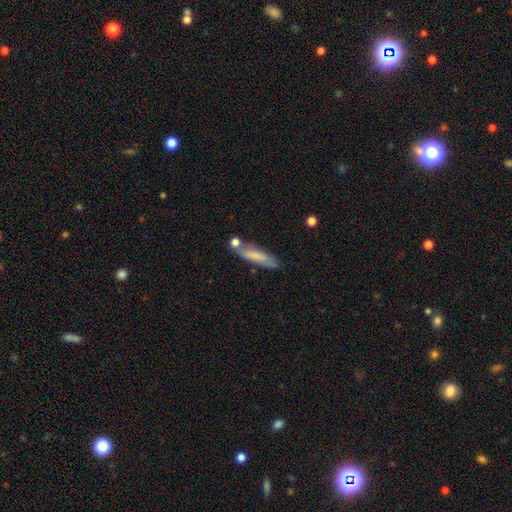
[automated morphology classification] Smooth or featured: smooth — 69% (featured or disk — 24%)
How rounded: cigar-shaped — 76% (in between — 22%)
Merging: none — 63% (minor disturbance — 19%)